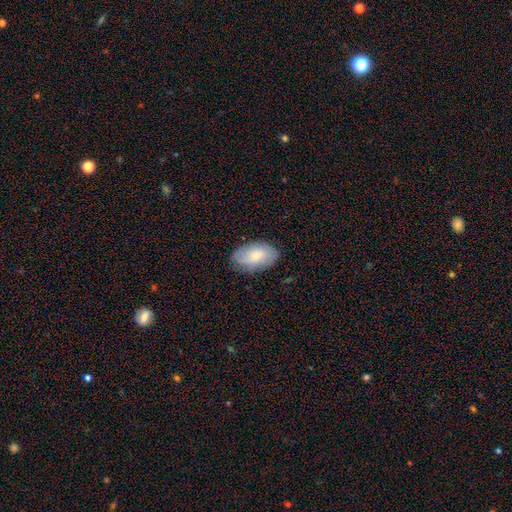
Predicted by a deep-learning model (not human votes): Morphology: type=smooth (71%); roundness=in between (93%); merging=none (78%).